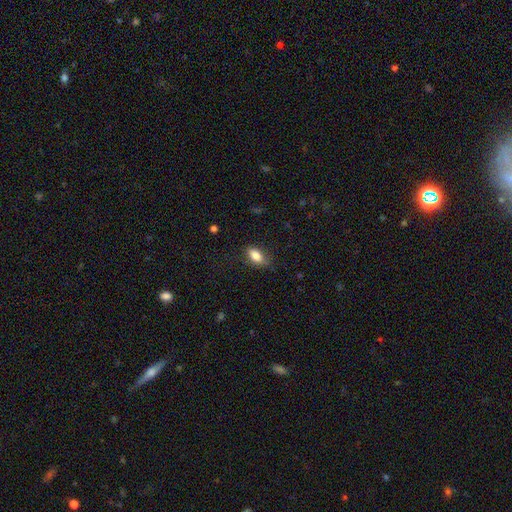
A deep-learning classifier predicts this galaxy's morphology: type=smooth (84%); roundness=in between (88%); merging=none (77%).